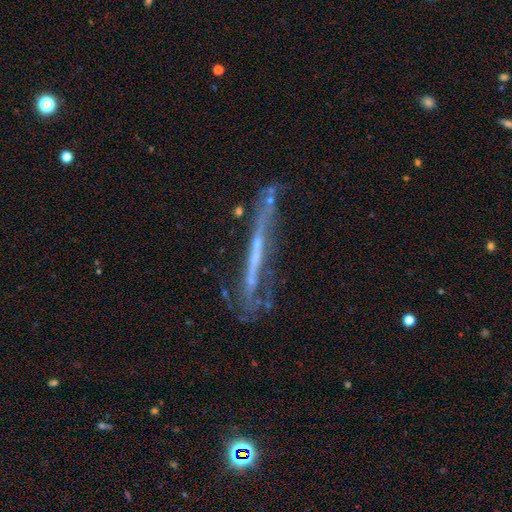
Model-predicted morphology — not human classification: type=featured or disk (71%); edge-on=yes (82%); edge-on bulge=none (70%); merging=none (51%).